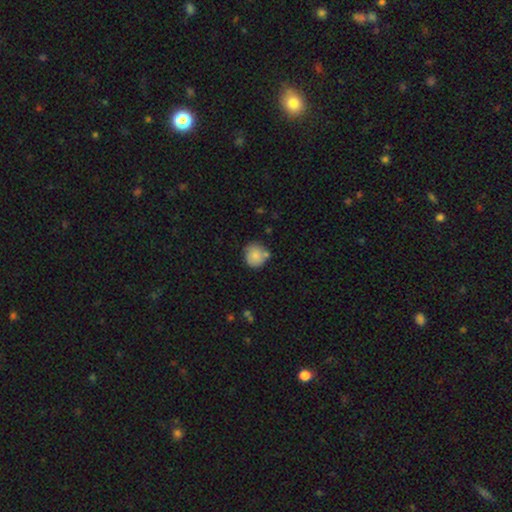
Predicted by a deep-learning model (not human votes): A smooth galaxy with no disk features (82%) that is round (86%). Merging: none (65%).